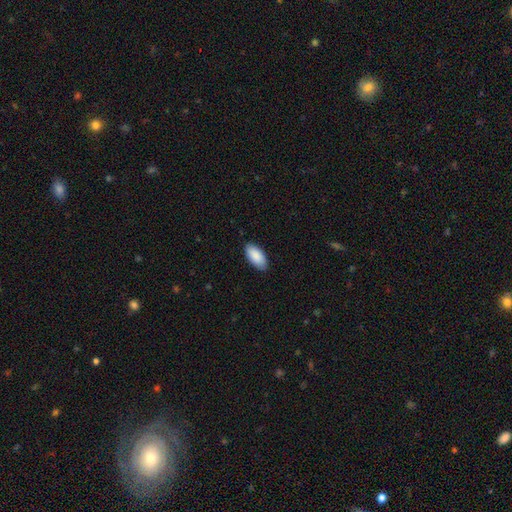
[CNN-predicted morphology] type=smooth (91%); roundness=in between (93%); merging=none (87%).